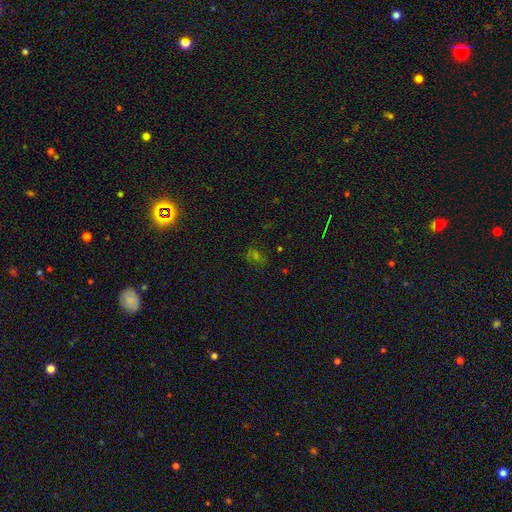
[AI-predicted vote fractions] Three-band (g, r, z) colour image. It shows a star or artifact, not a galaxy (52%).